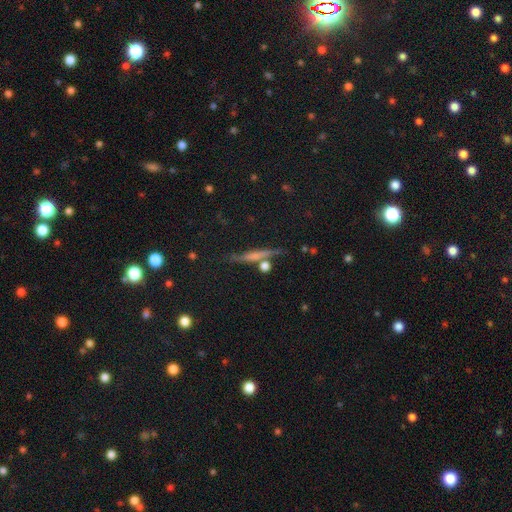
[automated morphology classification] smooth_or_featured: featured or disk (p=0.45) [alt: smooth p=0.43]
merging: none (p=0.73) [alt: minor disturbance p=0.13]